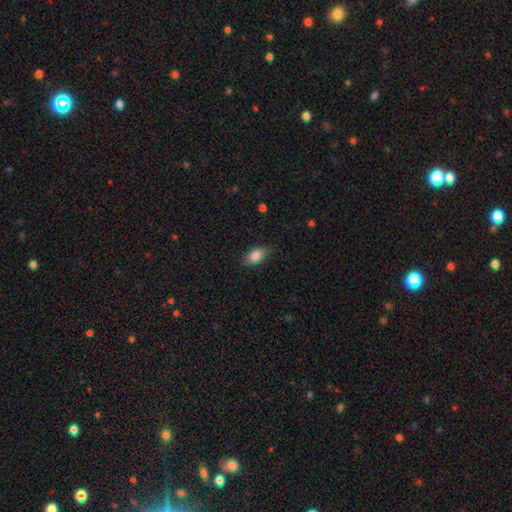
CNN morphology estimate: smooth-or-featured: smooth: 86% | star or artifact: 8% | featured or disk: 6%
  how-rounded: in between: 90% | round: 8% | cigar-shaped: 3%
  merging: none: 84% | minor disturbance: 13% | major disturbance: 3% | merger: 1%